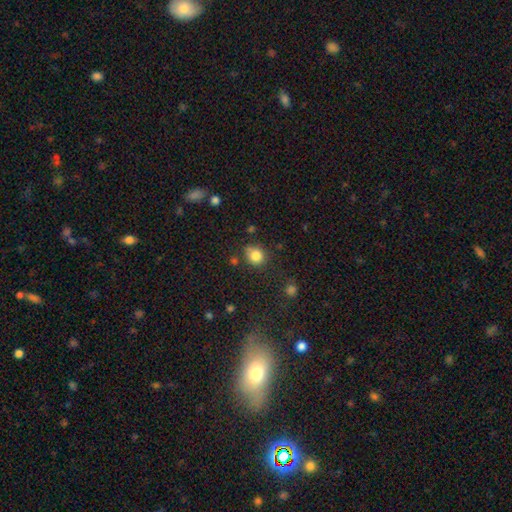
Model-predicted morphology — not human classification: This appears to be a smooth galaxy with no disk features (83%) that is round (81%). Merging: none (74%).